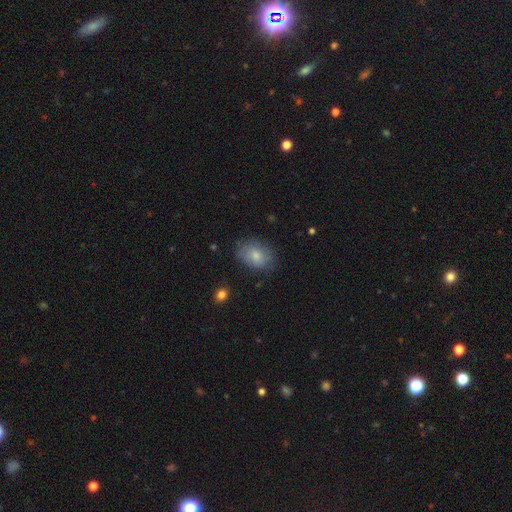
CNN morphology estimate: The model was most divided on "how rounded": in between: 73%, round: 26%, cigar-shaped: 1%. More confident: smooth or featured — smooth (78%); merging — none (73%).